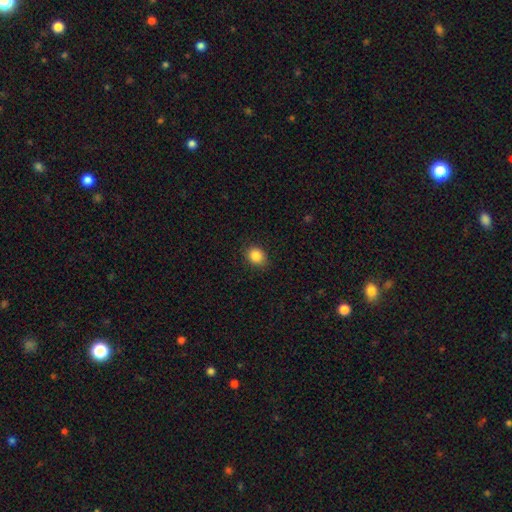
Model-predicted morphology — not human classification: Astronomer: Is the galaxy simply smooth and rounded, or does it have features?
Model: smooth — 86%.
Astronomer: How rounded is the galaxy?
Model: round — 58% (runner-up: in between, 41%).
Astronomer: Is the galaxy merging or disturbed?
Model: none — 86%.